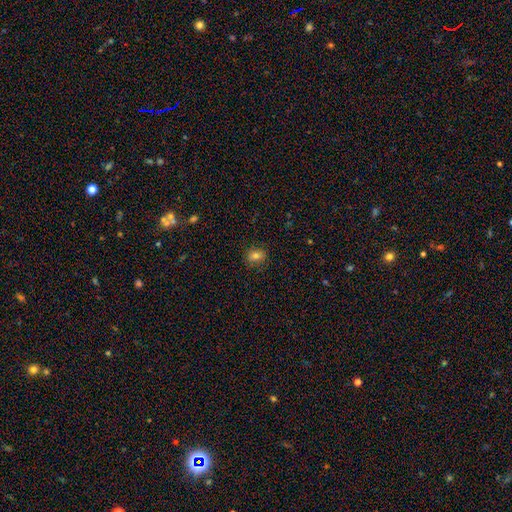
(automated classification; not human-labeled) A smooth galaxy with no disk features (79%) that is round (51%). Merging: none (87%).